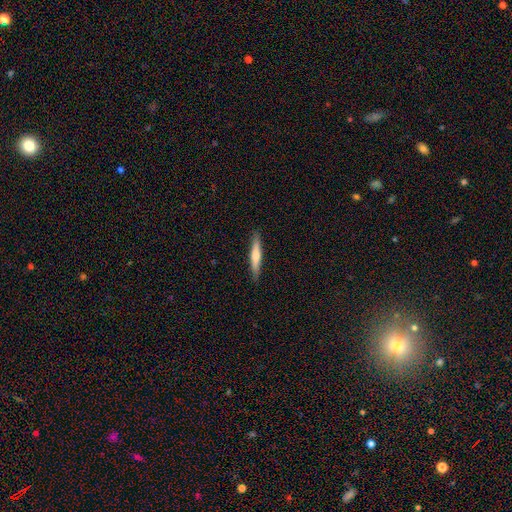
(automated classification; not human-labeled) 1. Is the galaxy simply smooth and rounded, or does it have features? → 55% smooth, 40% featured or disk, 5% star or artifact.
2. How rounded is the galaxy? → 93% cigar-shaped, 6% in between, 1% round.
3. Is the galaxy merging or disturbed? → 90% none, 8% minor disturbance, 1% major disturbance, 1% merger.